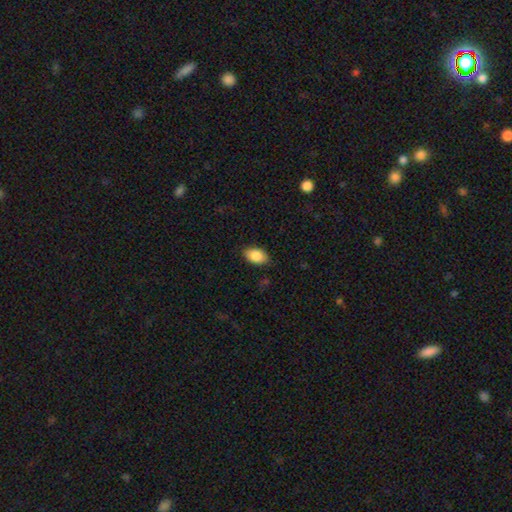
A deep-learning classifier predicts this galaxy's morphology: A smooth galaxy with no disk features (88%) that is in between round and cigar-shaped (90%). Merging: none (85%).